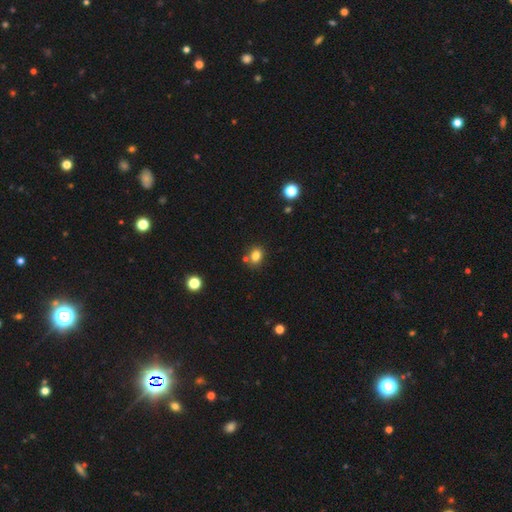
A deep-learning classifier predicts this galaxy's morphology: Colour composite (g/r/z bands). It shows a smooth galaxy with no disk features (81%) that is in between round and cigar-shaped (51%). Merging: none (72%).